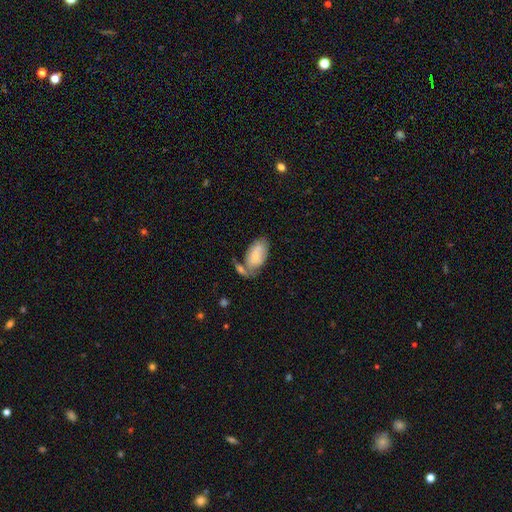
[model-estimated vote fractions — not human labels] Overall: smooth (71%). How rounded: in between (94%). Merging: none (38%; merger 28%).